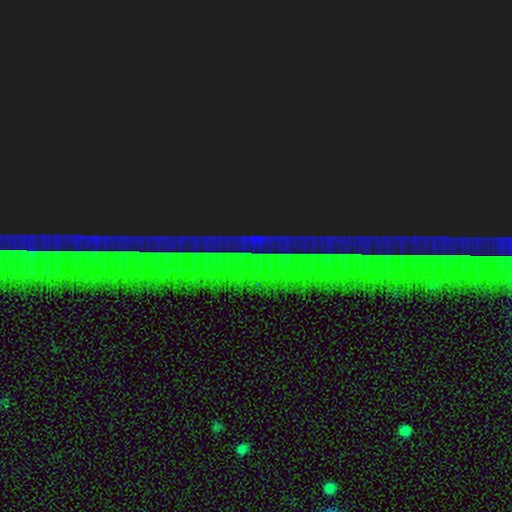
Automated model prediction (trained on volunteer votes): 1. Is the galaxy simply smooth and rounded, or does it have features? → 87% star or artifact, 8% featured or disk, 6% smooth.